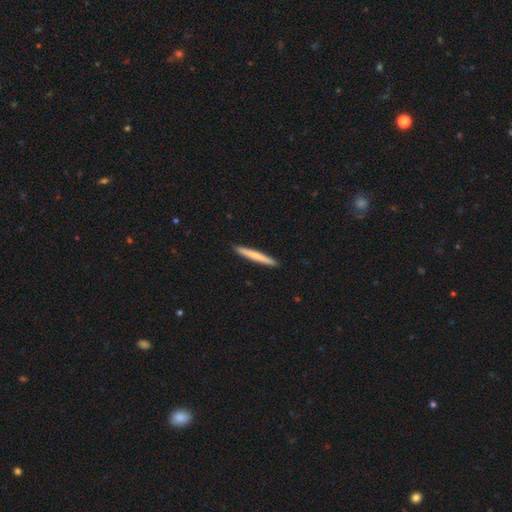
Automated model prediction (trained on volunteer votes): A smooth galaxy with no disk features (71%) that is cigar-shaped (97%). Merging: none (93%).